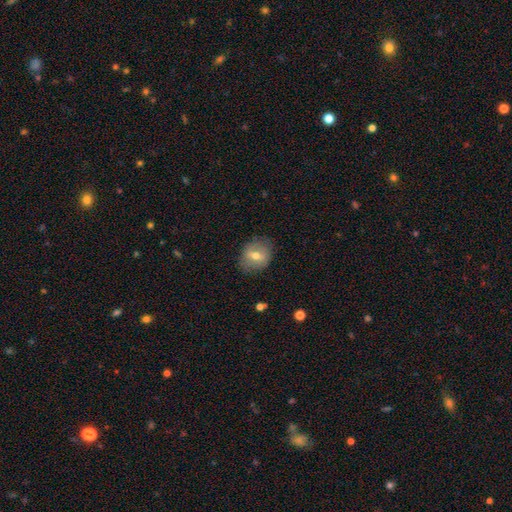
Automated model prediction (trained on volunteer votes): This appears to be a smooth galaxy with no disk features (56%) that is round (55%). Merging: none (80%).